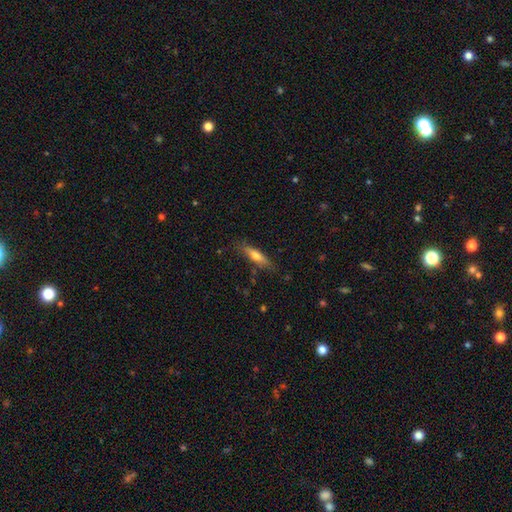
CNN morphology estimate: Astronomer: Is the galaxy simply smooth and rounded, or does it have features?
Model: smooth — 57% (runner-up: featured or disk, 36%).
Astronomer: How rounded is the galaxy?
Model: cigar-shaped — 73%.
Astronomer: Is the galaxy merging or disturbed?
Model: none — 79%.